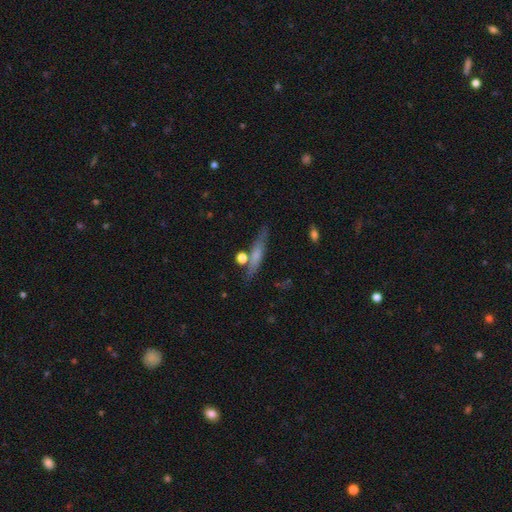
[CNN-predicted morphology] smooth 51%, featured or disk 41%, star or artifact 9%. Down the decision tree: how rounded — cigar-shaped (84%); merging — none (76%).